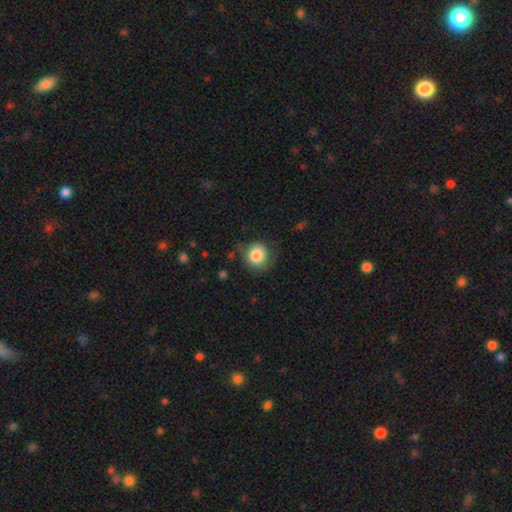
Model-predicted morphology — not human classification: This appears to be a smooth galaxy with no disk features (83%) that is round (87%). Merging: none (77%).